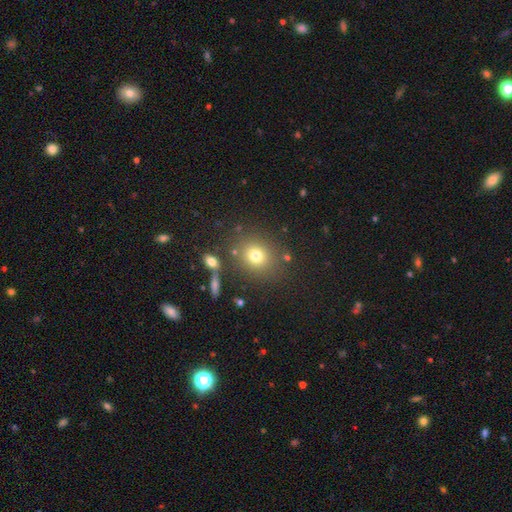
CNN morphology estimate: Overall: smooth (74%). How rounded: round (73%). Merging: none (79%).